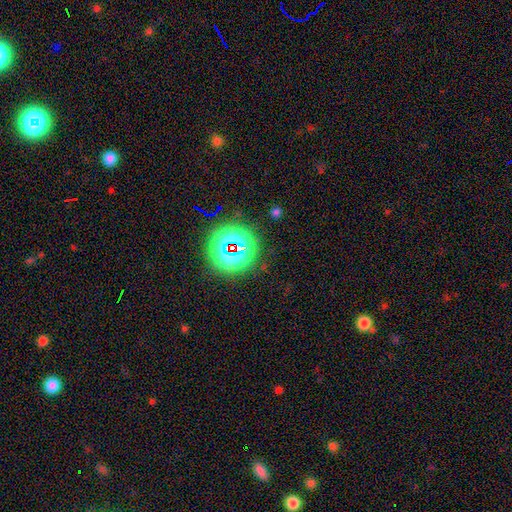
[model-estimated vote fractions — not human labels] Smooth or featured: star or artifact — 82% (smooth — 12%)